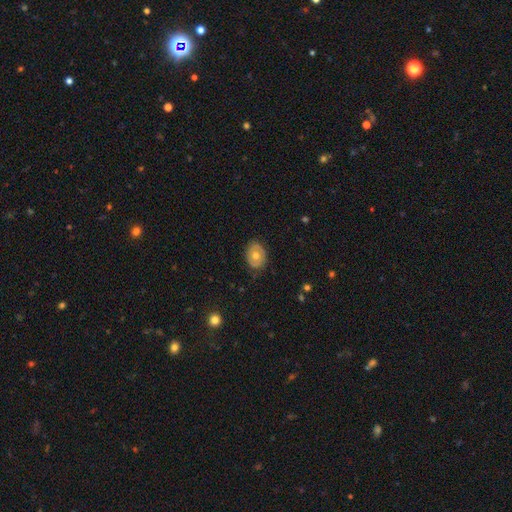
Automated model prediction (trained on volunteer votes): Smooth or featured?
  - smooth: 50% *
  - featured or disk: 42%
  - star or artifact: 8%
Merging?
  - none: 79% *
  - minor disturbance: 16%
  - major disturbance: 4%
  - merger: 1%